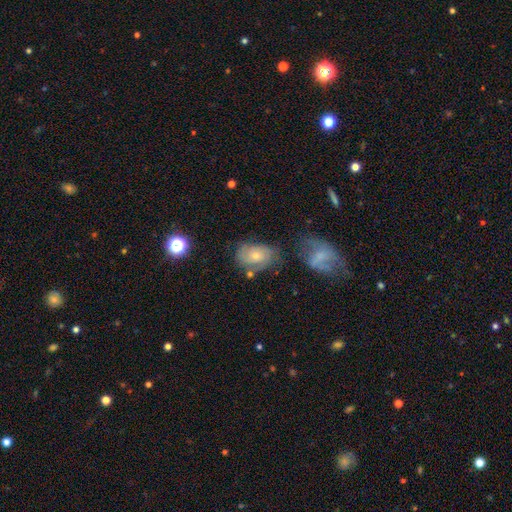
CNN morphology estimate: Q: Smooth or featured?
A: featured or disk (54%); runner-up: smooth (36%)
Q: Edge-on disk?
A: no (96%); runner-up: yes (4%)
Q: Bar?
A: no (75%); runner-up: weak (22%)
Q: Spiral arms?
A: yes (80%); runner-up: no (20%)
Q: Bulge size?
A: small (57%); runner-up: moderate (37%)
Q: Merging?
A: none (51%); runner-up: minor disturbance (24%)